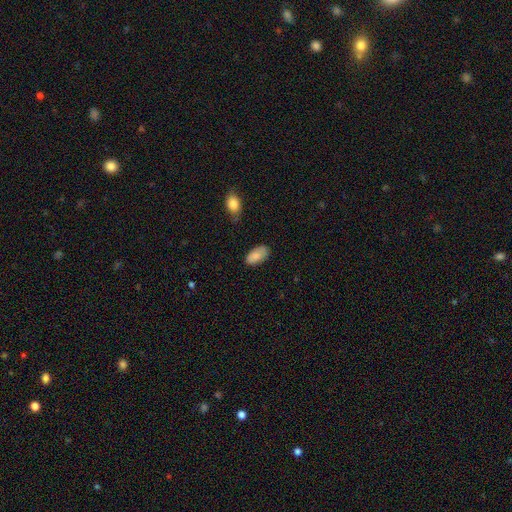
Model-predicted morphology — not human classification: Smooth or featured? Predicted: smooth (p=0.85). How rounded? Predicted: in between (p=0.94). Merging? Predicted: none (p=0.73).